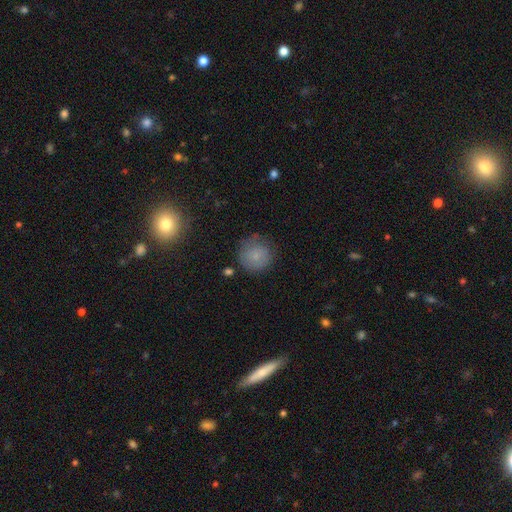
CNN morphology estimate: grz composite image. It shows a smooth galaxy with no disk features (78%) that is round (92%). Merging: none (71%).